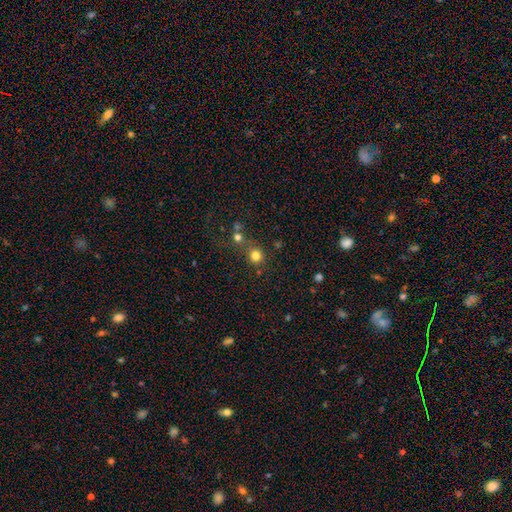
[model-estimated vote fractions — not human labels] This is likely a smooth galaxy (78%). How rounded: clearly round (90%). Merging: likely none (65%).